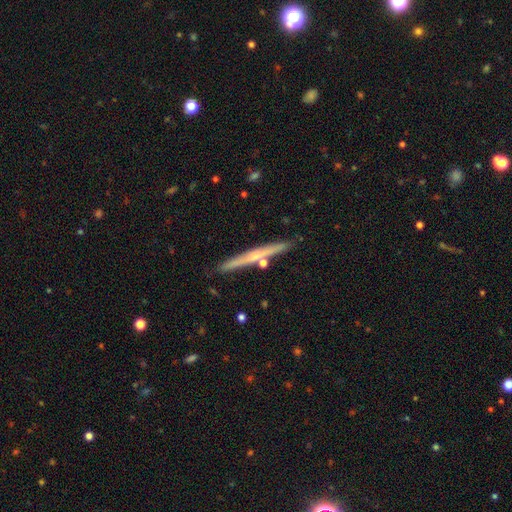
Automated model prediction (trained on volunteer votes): This is possibly a featured or disk galaxy (58%). It is clearly viewed edge-on (97%). Edge-on bulge: possibly none (49%). Merging: clearly none (85%).